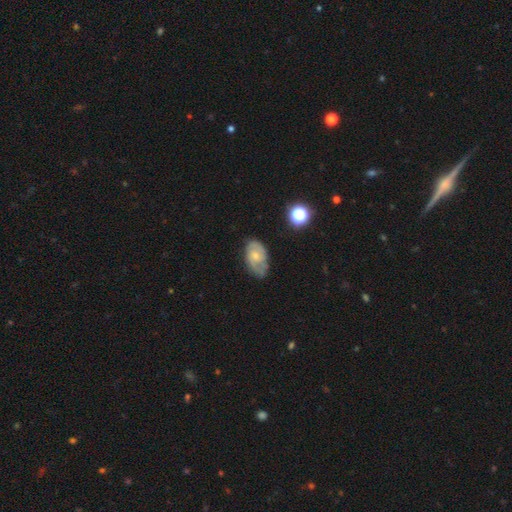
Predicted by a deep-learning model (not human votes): The model was most divided on "bulge size": small: 59%, moderate: 34%, none: 4%, large: 2%, dominant: 1%. More confident: edge-on disk — no (96%); spiral arms — yes (83%); bar — no (70%); smooth or featured — featured or disk (62%); merging — none (58%).